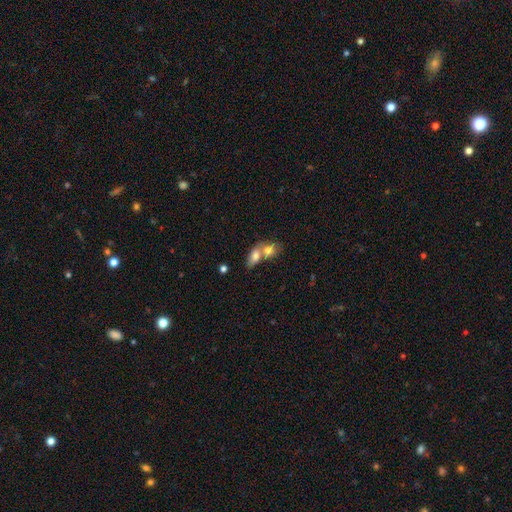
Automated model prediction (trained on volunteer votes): Q: Smooth or featured?
A: smooth (76%); runner-up: featured or disk (17%)
Q: How rounded?
A: in between (76%); runner-up: round (19%)
Q: Merging?
A: merger (74%); runner-up: none (17%)